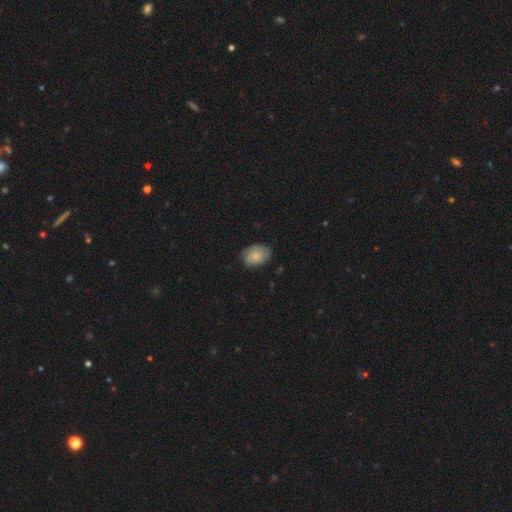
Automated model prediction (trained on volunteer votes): Overall: smooth (75%). How rounded: in between (69%). Merging: none (71%).